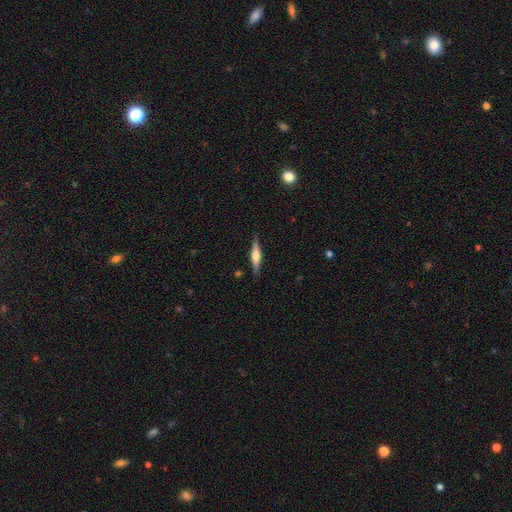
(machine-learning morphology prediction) Smooth or featured?
  - featured or disk: 63% *
  - smooth: 31%
  - star or artifact: 6%
Edge-on disk?
  - yes: 97% *
  - no: 3%
Edge-on bulge?
  - rounded: 82% *
  - boxy: 14%
  - none: 4%
Merging?
  - none: 86% *
  - minor disturbance: 10%
  - major disturbance: 2%
  - merger: 1%